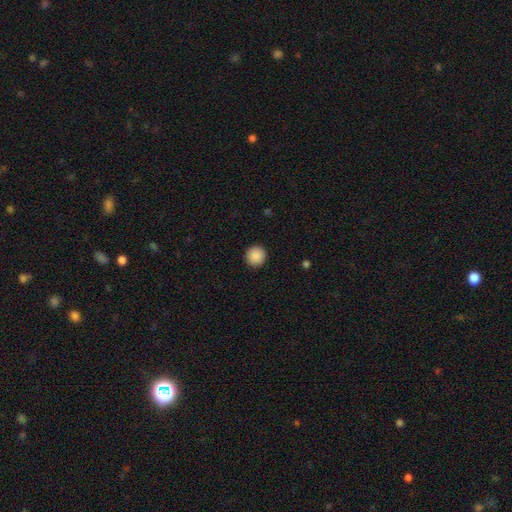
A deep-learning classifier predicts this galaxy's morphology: A smooth galaxy with no disk features (90%) that is round (95%). Merging: none (93%).